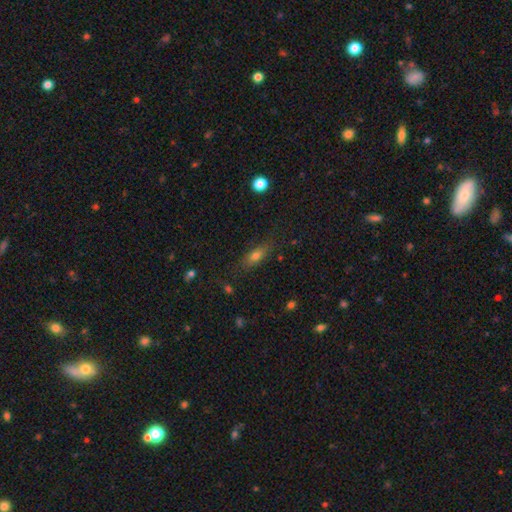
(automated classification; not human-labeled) A smooth galaxy with no disk features (67%) that is in between round and cigar-shaped (61%). Merging: none (78%).